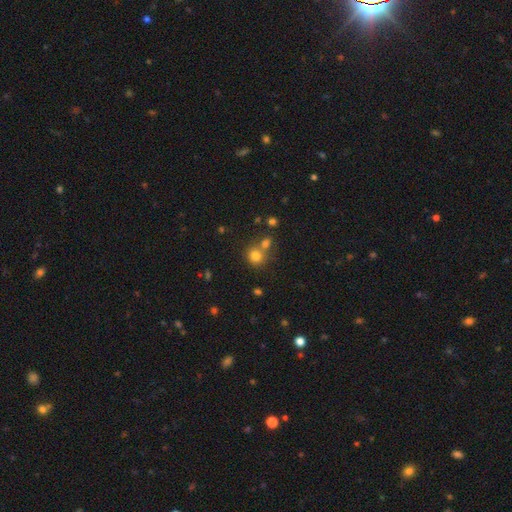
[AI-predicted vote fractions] This is likely a smooth galaxy (78%). How rounded: clearly round (85%). Merging: possibly none (56%).